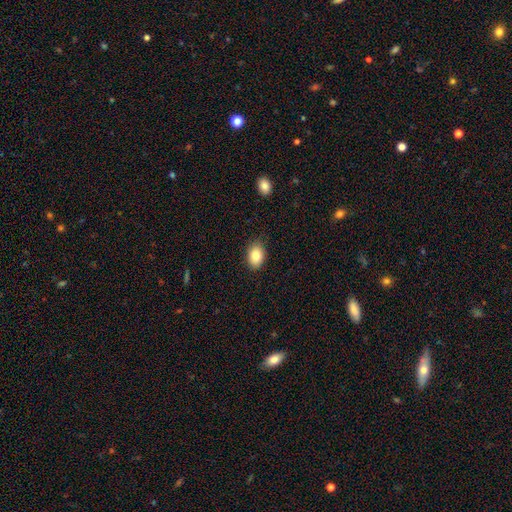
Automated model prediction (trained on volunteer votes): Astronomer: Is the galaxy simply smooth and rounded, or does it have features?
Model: smooth — 85%.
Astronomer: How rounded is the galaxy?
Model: in between — 83%.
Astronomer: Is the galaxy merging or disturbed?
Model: none — 85%.